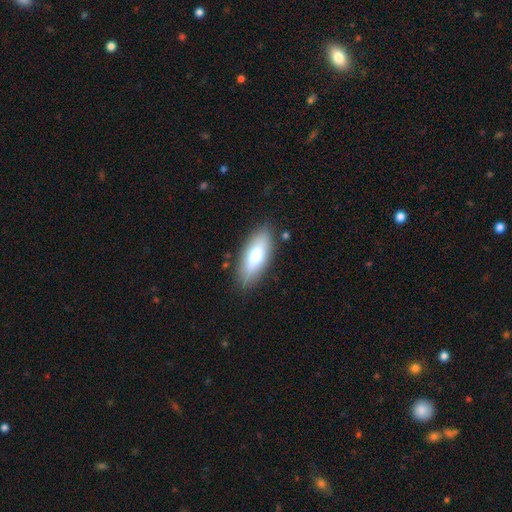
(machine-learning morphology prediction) type=smooth (70%); roundness=in between (73%); merging=none (84%).